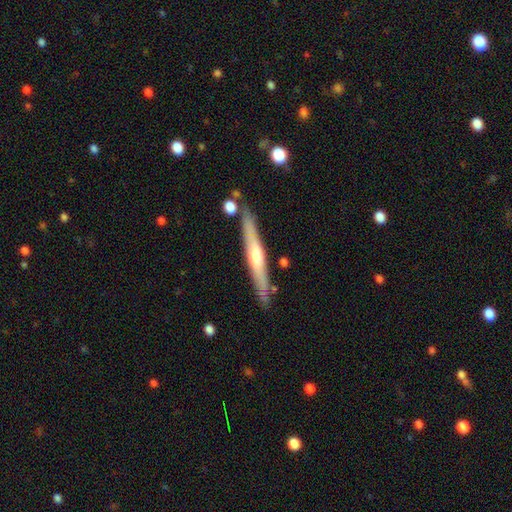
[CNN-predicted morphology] A featured or disk galaxy (68%) viewed edge-on (96%) with a rounded central bulge (74%). Merging: none (86%).